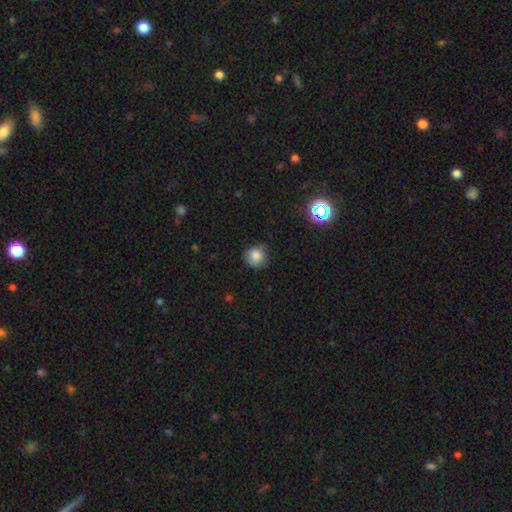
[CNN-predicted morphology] Smooth or featured? Predicted: smooth (p=0.82). How rounded? Predicted: round (p=0.90). Merging? Predicted: none (p=0.79).